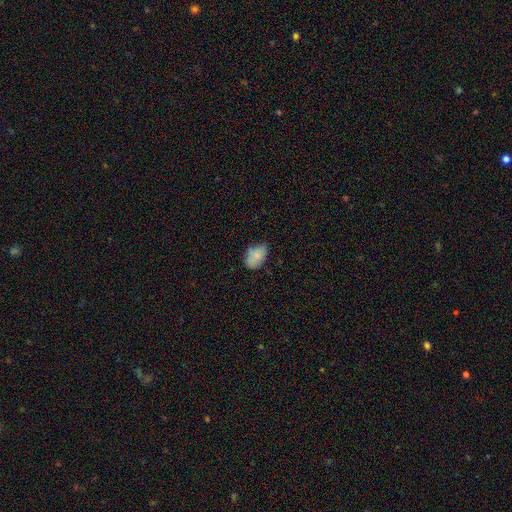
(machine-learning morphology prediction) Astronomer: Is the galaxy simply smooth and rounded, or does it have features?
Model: smooth — 82%.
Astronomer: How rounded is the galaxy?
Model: in between — 88%.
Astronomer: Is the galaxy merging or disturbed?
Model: none — 60%.